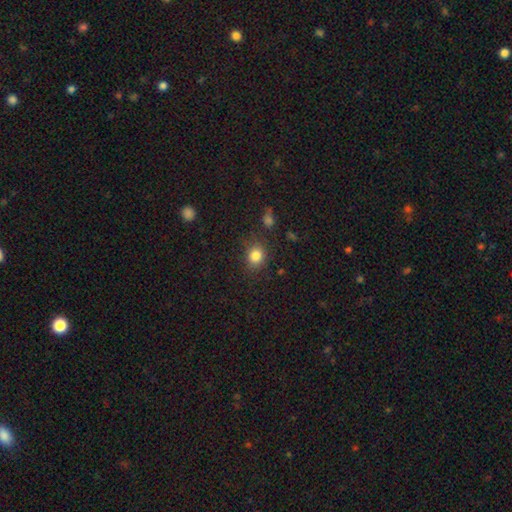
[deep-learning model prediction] Q: Smooth or featured?
A: smooth (83%); runner-up: star or artifact (11%)
Q: How rounded?
A: round (66%); runner-up: in between (33%)
Q: Merging?
A: none (81%); runner-up: minor disturbance (12%)